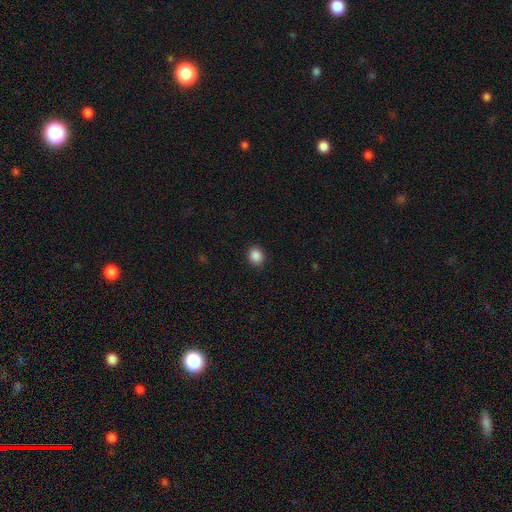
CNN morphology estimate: Smooth or featured: smooth — 88% (star or artifact — 9%)
How rounded: round — 63% (in between — 36%)
Merging: none — 90% (minor disturbance — 7%)